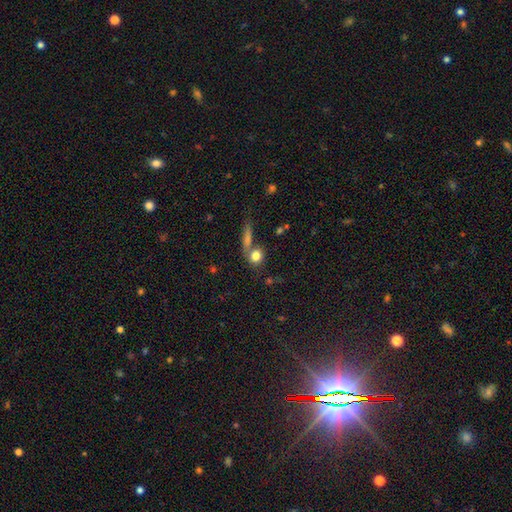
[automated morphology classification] A smooth galaxy with no disk features (80%) that is round (75%).

Vote fractions:
- Smooth or featured? smooth: 80% / star or artifact: 10% / featured or disk: 10%
- How rounded? round: 75% / in between: 21% / cigar-shaped: 4%
- Merging? none: 57% / merger: 26% / minor disturbance: 11% / major disturbance: 6%